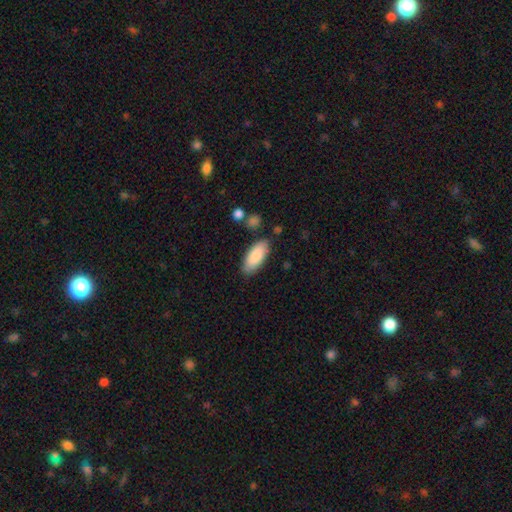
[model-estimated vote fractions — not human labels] A smooth galaxy with no disk features (86%) that is in between round and cigar-shaped (85%).

Vote fractions:
- Smooth or featured? smooth: 86% / featured or disk: 8% / star or artifact: 5%
- How rounded? in between: 85% / cigar-shaped: 13% / round: 2%
- Merging? none: 82% / minor disturbance: 12% / merger: 3% / major disturbance: 3%